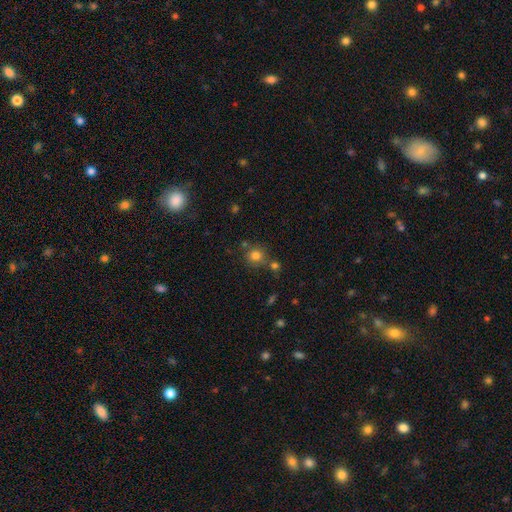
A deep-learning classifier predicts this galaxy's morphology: This is likely a smooth galaxy (79%). How rounded: clearly round (90%). Merging: likely none (71%).